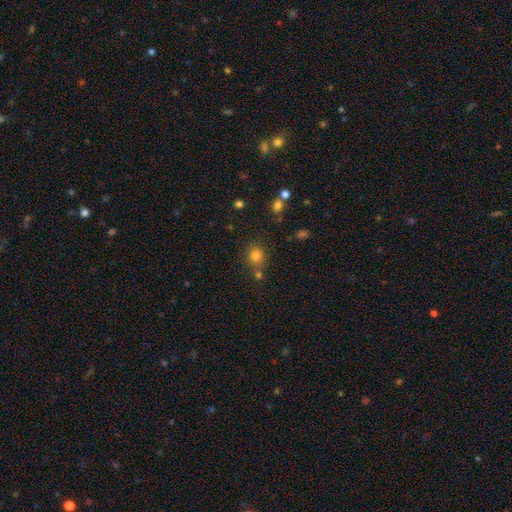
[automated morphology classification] A smooth galaxy with no disk features (78%) that is round (78%).

Vote fractions:
- Smooth or featured? smooth: 78% / star or artifact: 15% / featured or disk: 7%
- How rounded? round: 78% / in between: 21% / cigar-shaped: 1%
- Merging? none: 68% / merger: 17% / minor disturbance: 12% / major disturbance: 4%